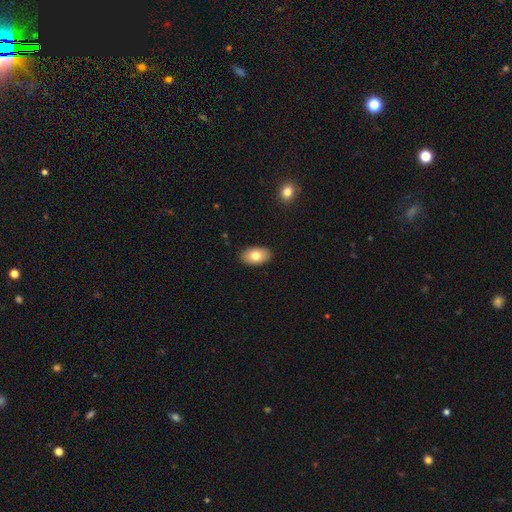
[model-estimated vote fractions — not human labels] Smooth or featured?
  - smooth: 78% *
  - featured or disk: 15%
  - star or artifact: 7%
How rounded?
  - in between: 93% *
  - round: 6%
  - cigar-shaped: 1%
Merging?
  - none: 89% *
  - minor disturbance: 8%
  - major disturbance: 2%
  - merger: 1%